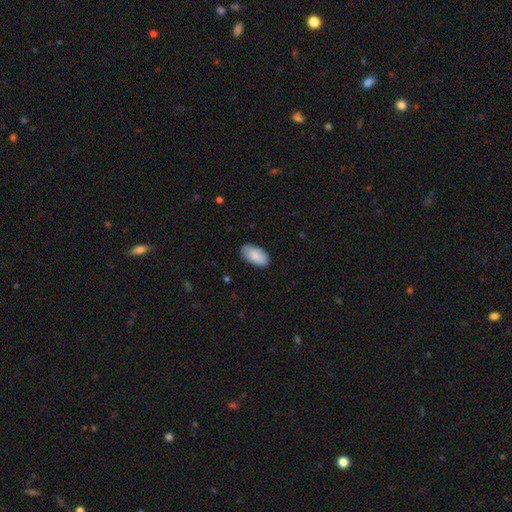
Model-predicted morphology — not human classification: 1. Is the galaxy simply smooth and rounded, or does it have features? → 88% smooth, 6% featured or disk, 6% star or artifact.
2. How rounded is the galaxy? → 96% in between, 2% round, 2% cigar-shaped.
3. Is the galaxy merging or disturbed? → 85% none, 12% minor disturbance, 2% major disturbance, 1% merger.